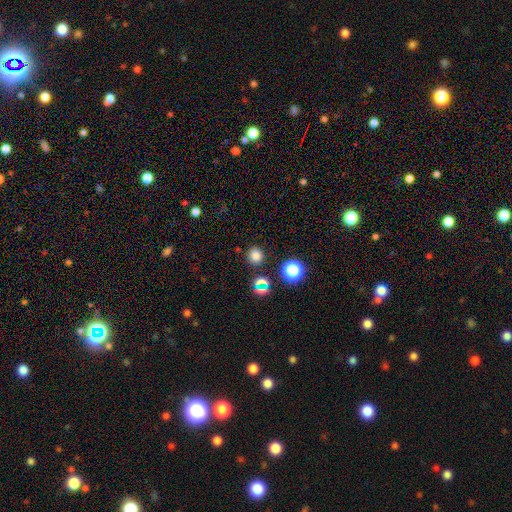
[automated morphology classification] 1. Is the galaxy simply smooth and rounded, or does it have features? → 74% smooth, 21% star or artifact, 5% featured or disk.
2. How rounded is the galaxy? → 88% round, 11% in between, 1% cigar-shaped.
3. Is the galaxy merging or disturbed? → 87% none, 7% minor disturbance, 4% merger, 3% major disturbance.